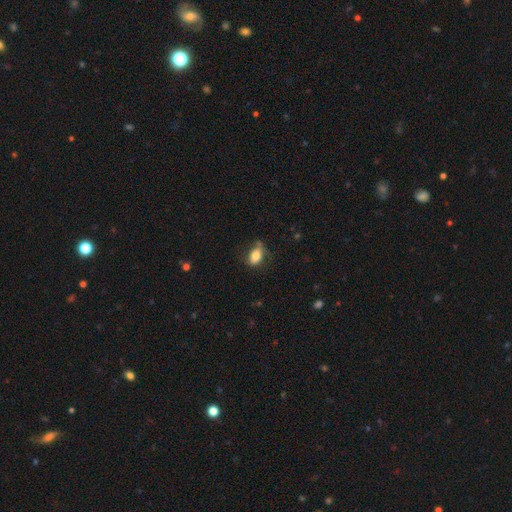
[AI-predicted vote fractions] Smooth or featured? Predicted: smooth (p=0.75). How rounded? Predicted: in between (p=0.87). Merging? Predicted: none (p=0.52).